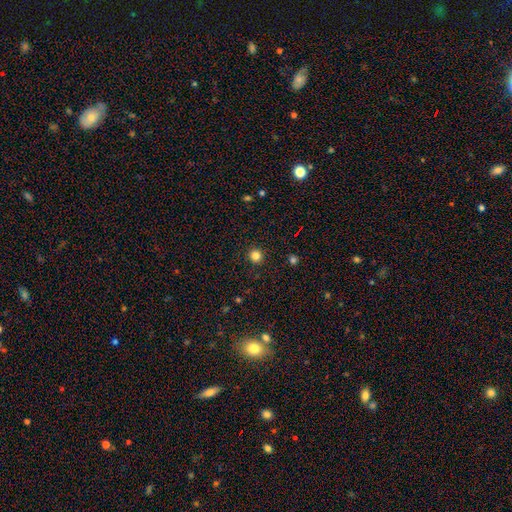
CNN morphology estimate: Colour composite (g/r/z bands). It shows a smooth galaxy with no disk features (83%) that is round (94%). Merging: none (92%).